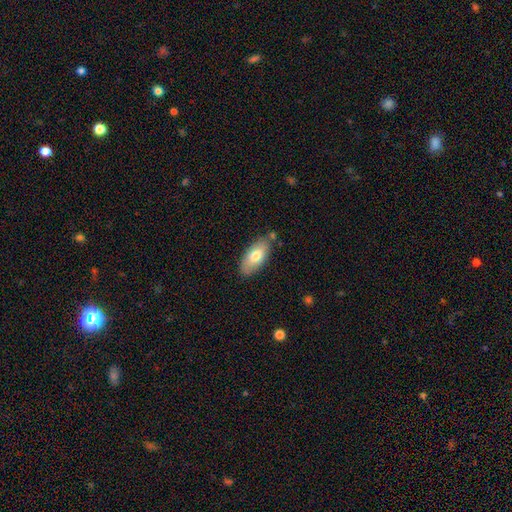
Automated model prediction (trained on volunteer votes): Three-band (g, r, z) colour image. It shows a smooth galaxy with no disk features (75%) that is in between round and cigar-shaped (90%). Merging: none (76%).